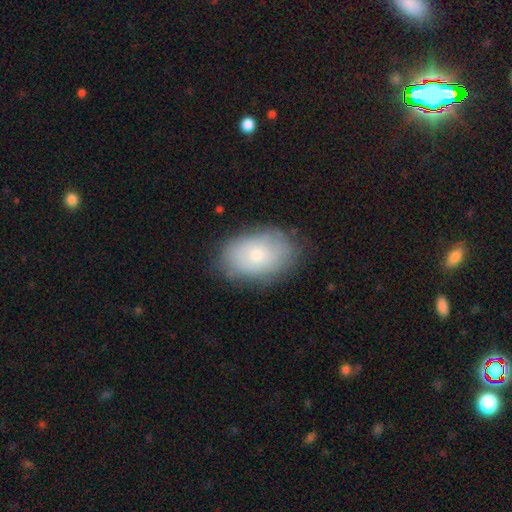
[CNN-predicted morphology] smooth-or-featured: smooth: 64% | featured or disk: 28% | star or artifact: 8%
  how-rounded: in between: 86% | round: 13% | cigar-shaped: 1%
  merging: none: 78% | minor disturbance: 16% | major disturbance: 4% | merger: 1%